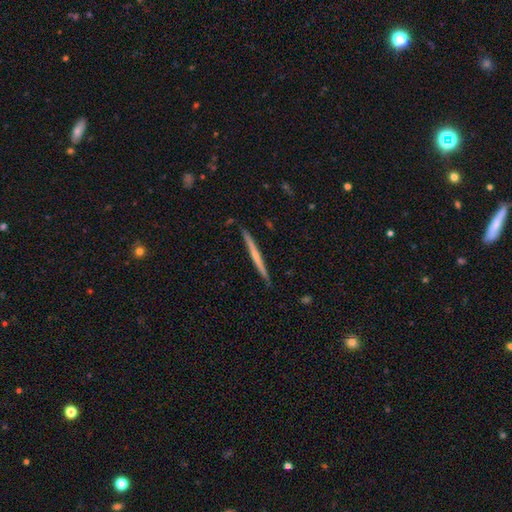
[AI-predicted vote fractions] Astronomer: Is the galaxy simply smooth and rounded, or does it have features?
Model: featured or disk — 58% (runner-up: smooth, 37%).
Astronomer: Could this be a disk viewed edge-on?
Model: yes — 98%.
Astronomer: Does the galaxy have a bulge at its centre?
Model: none — 61%.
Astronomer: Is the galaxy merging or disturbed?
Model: none — 90%.